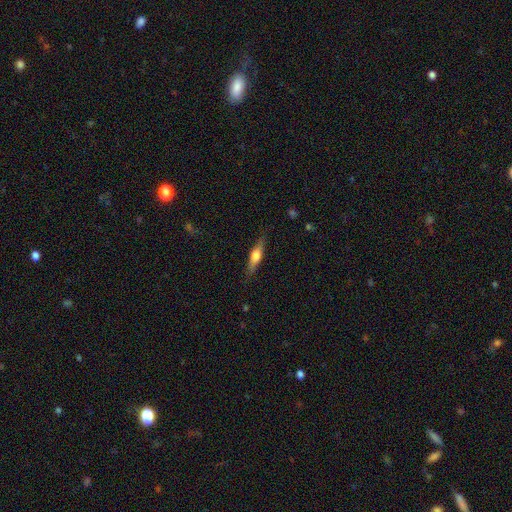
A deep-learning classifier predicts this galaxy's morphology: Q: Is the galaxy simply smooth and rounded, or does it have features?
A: featured or disk — 53%.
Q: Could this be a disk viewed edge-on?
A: yes — 94%.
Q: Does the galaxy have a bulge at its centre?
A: rounded — 88%.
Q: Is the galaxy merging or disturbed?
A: none — 84%.